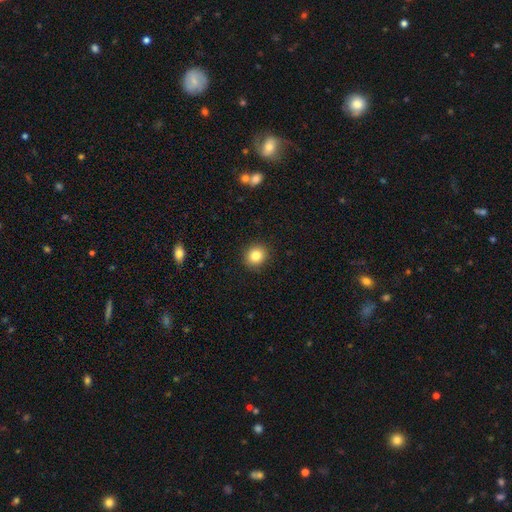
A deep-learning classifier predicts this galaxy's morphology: Smooth or featured: smooth — 84% (star or artifact — 10%)
How rounded: round — 84% (in between — 15%)
Merging: none — 91% (minor disturbance — 6%)